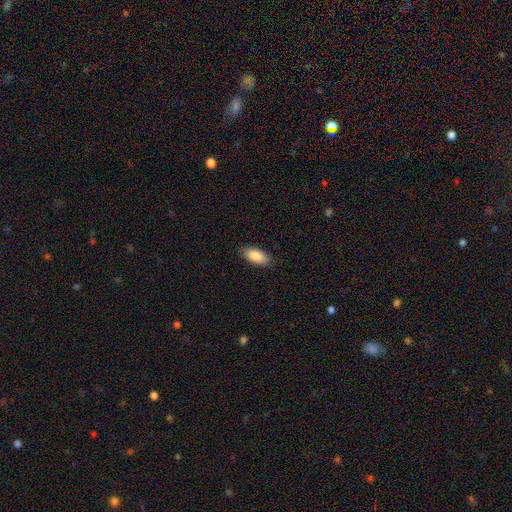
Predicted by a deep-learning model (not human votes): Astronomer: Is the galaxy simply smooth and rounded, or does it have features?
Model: smooth — 86%.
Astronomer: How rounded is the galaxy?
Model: in between — 89%.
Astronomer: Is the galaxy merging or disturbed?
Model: none — 88%.